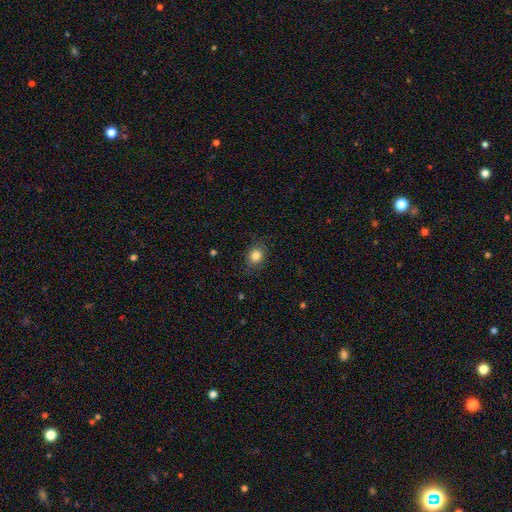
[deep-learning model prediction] This is clearly a smooth galaxy (83%). How rounded: possibly round (59%). Merging: likely none (79%).